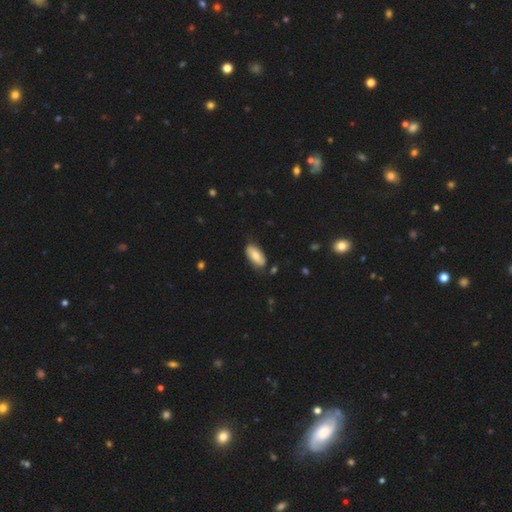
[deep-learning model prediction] Smooth or featured: smooth — 75% (featured or disk — 19%)
How rounded: in between — 90% (cigar-shaped — 7%)
Merging: none — 75% (minor disturbance — 19%)